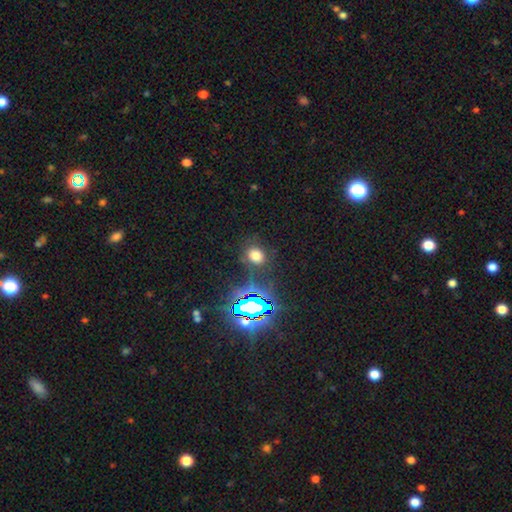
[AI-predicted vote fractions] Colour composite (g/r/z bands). It shows a smooth galaxy with no disk features (66%) that is round (61%). Merging: none (80%).